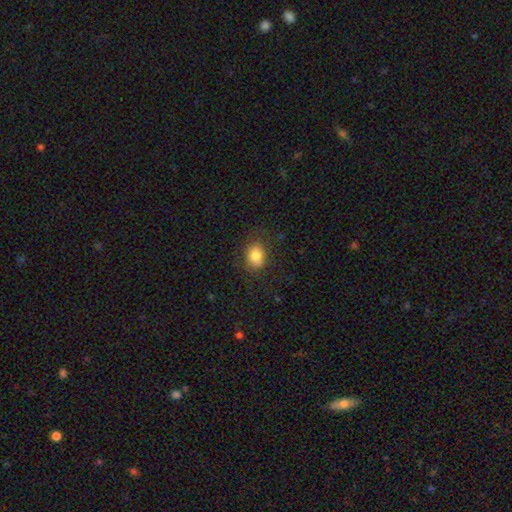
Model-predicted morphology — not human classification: Q: Smooth or featured?
A: smooth (83%); runner-up: star or artifact (10%)
Q: How rounded?
A: in between (57%); runner-up: round (42%)
Q: Merging?
A: none (77%); runner-up: minor disturbance (16%)